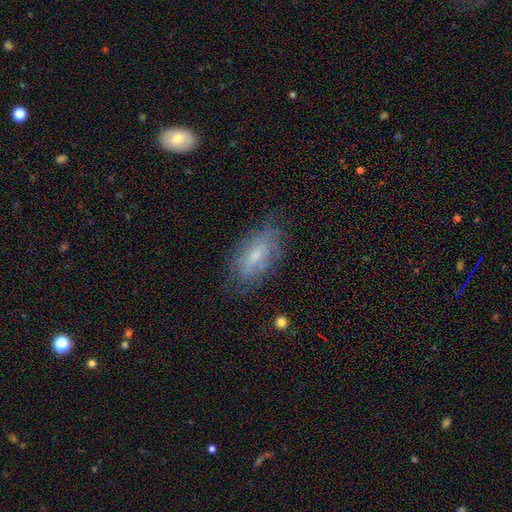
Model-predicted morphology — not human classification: type=featured or disk (51%); edge-on=no (85%); merging=none (70%).